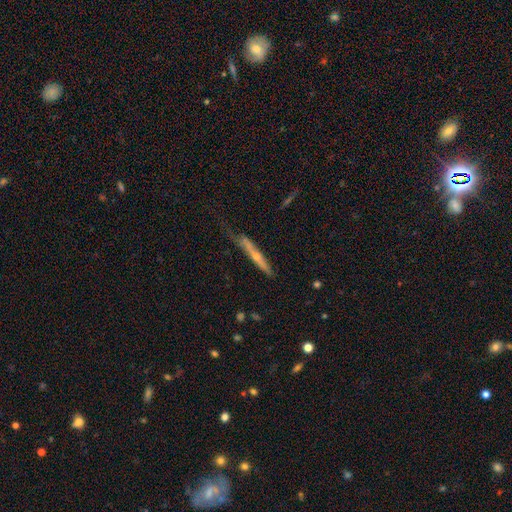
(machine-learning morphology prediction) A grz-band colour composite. It shows a featured or disk galaxy (54%) viewed edge-on (91%). Merging: none (53%).